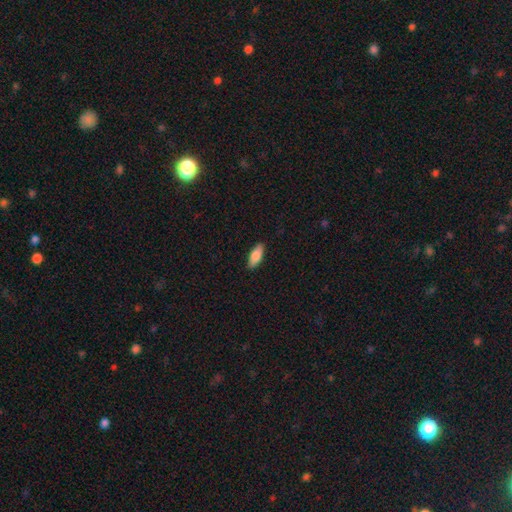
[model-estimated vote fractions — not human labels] A smooth galaxy with no disk features (82%) that is in between round and cigar-shaped (77%).

Vote fractions:
- Smooth or featured? smooth: 82% / featured or disk: 12% / star or artifact: 6%
- How rounded? in between: 77% / cigar-shaped: 20% / round: 2%
- Merging? none: 89% / minor disturbance: 9% / major disturbance: 2% / merger: 1%